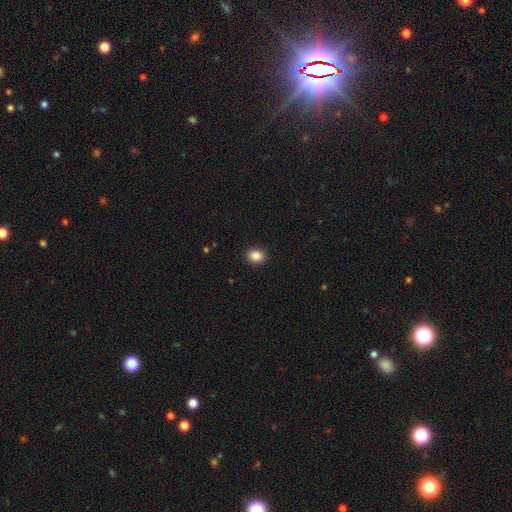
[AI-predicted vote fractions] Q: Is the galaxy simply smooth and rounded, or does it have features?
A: smooth — 87%.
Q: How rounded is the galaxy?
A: round — 63%.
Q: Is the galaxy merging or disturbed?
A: none — 91%.